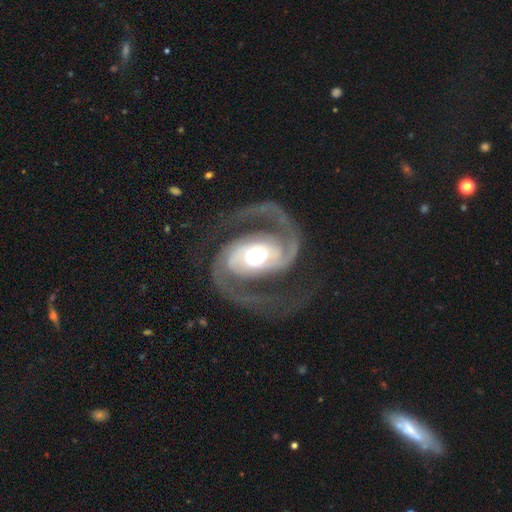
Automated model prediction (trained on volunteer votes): Smooth or featured: featured or disk — 94% (star or artifact — 4%)
Edge-on disk: no — 98% (yes — 2%)
Bar: no — 49% (strong — 26%)
Spiral arms: yes — 98% (no — 2%)
Spiral winding: medium — 56% (tight — 24%)
Spiral arm count: 2 — 94% (can't tell — 1%)
Bulge size: moderate — 54% (small — 28%)
Merging: none — 73% (major disturbance — 14%)